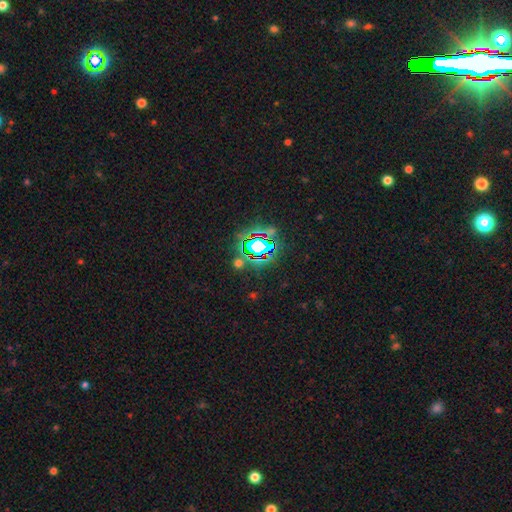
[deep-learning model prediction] The model was most divided on "smooth or featured": star or artifact: 74%, smooth: 16%, featured or disk: 10%.